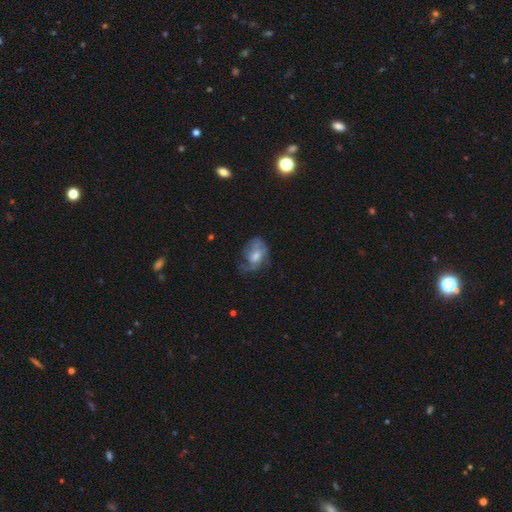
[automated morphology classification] A featured or disk galaxy (66%) with no bar (65%), spiral arms (79%) and a moderate central bulge (58%). Merging: none (54%).